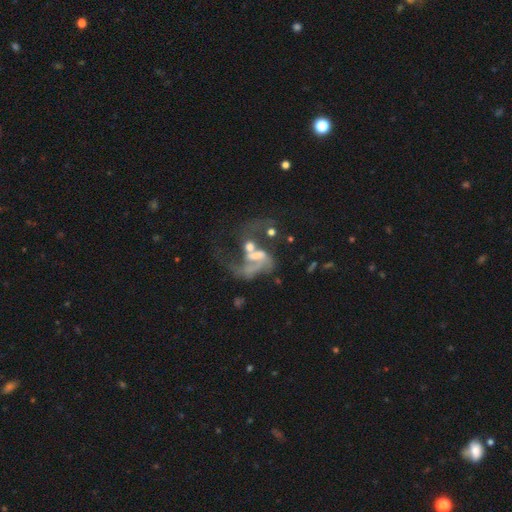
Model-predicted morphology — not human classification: featured or disk 73%, smooth 15%, star or artifact 12%. Down the decision tree: edge-on disk — no (97%); bar — no (51%); spiral arms — yes (70%); bulge size — moderate (34%); merging — merger (42%).